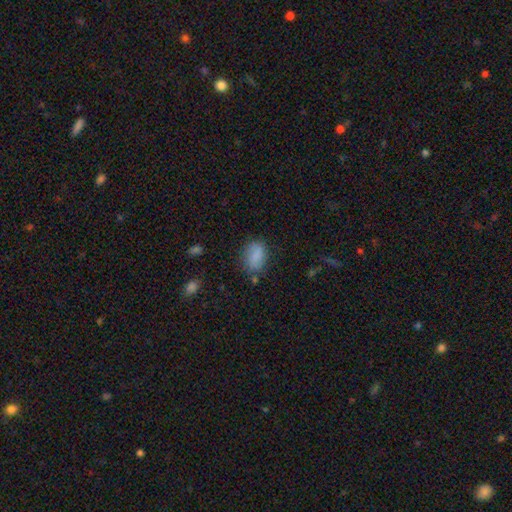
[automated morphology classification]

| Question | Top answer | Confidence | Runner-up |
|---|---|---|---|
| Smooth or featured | smooth | 82% | star or artifact (9%) |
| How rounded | in between | 84% | round (14%) |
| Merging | none | 71% | minor disturbance (20%) |